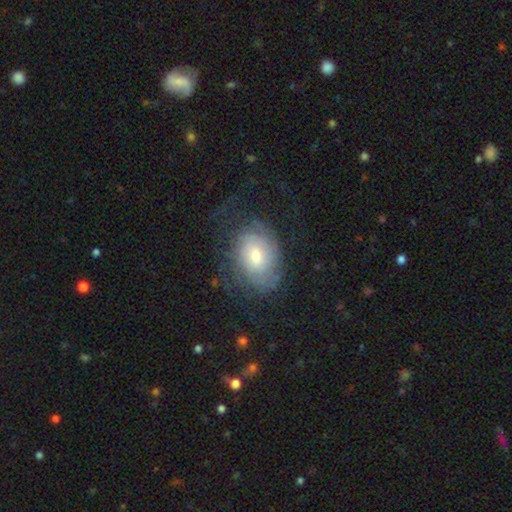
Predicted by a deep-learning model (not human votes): A featured or disk galaxy (58%) with no bar (65%), spiral arms (79%) and a moderate central bulge (53%). Merging: none (61%).